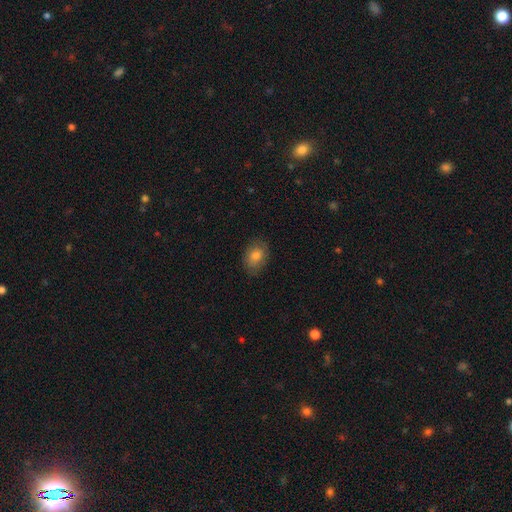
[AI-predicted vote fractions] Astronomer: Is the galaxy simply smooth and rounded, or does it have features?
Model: smooth — 74%.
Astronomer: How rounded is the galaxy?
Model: in between — 74%.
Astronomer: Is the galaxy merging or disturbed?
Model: none — 80%.